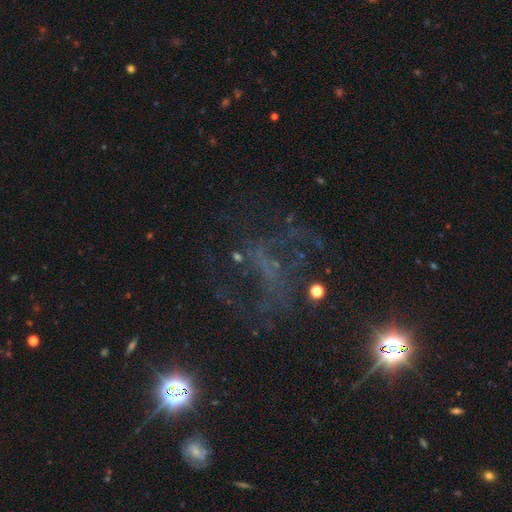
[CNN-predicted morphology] type=featured or disk (45%); merging=none (49%).